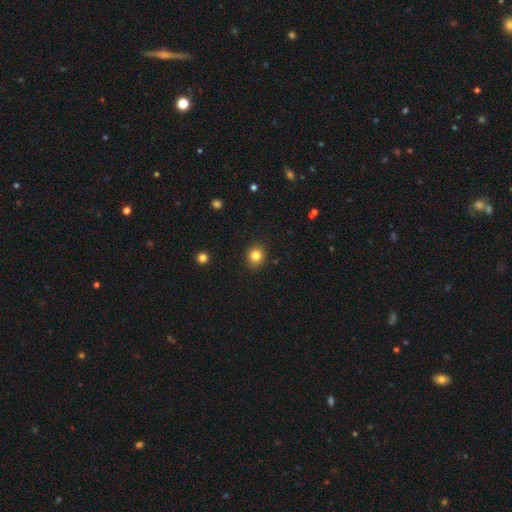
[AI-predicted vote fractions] Q: Smooth or featured?
A: smooth (83%); runner-up: star or artifact (11%)
Q: How rounded?
A: round (83%); runner-up: in between (16%)
Q: Merging?
A: none (91%); runner-up: minor disturbance (6%)